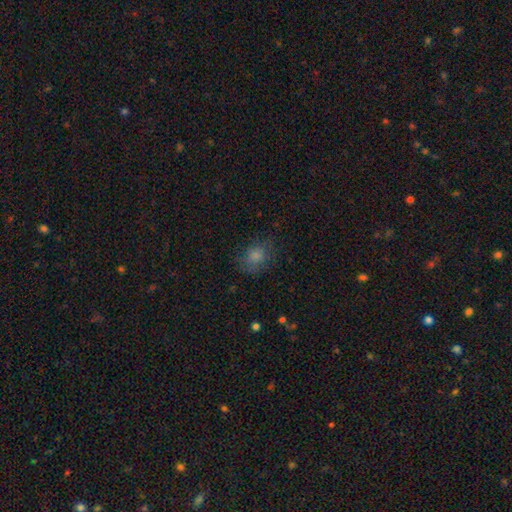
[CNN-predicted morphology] Smooth or featured? Predicted: smooth (p=0.69). How rounded? Predicted: round (p=0.54). Merging? Predicted: none (p=0.71).